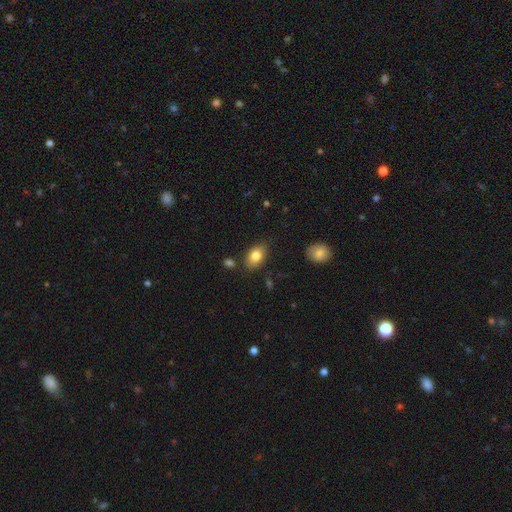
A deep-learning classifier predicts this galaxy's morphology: This is clearly a smooth galaxy (82%). How rounded: clearly in between (88%). Merging: clearly none (81%).